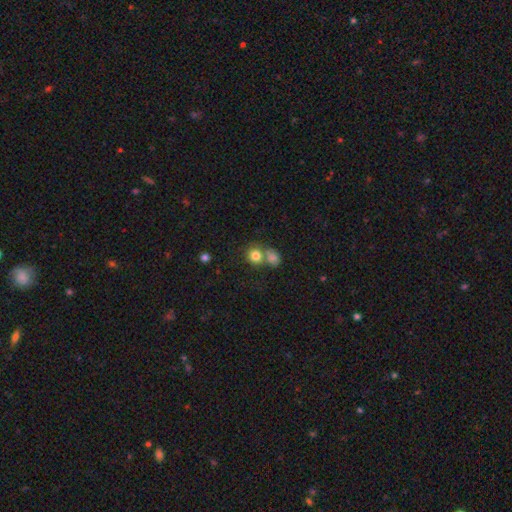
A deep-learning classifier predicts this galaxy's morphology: A smooth galaxy with no disk features (81%) that is round (82%).

Vote fractions:
- Smooth or featured? smooth: 81% / star or artifact: 11% / featured or disk: 8%
- How rounded? round: 82% / in between: 17% / cigar-shaped: 1%
- Merging? none: 48% / merger: 40% / minor disturbance: 9% / major disturbance: 4%